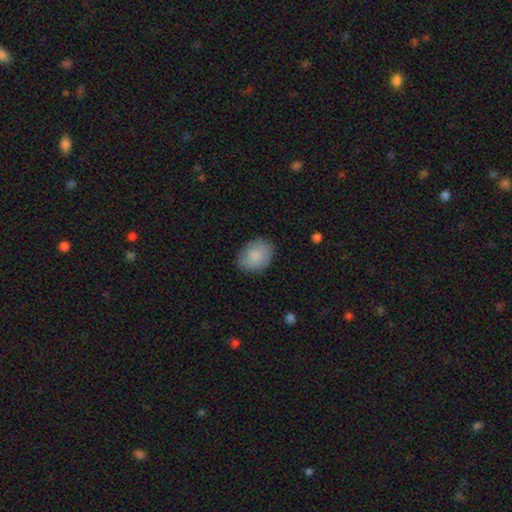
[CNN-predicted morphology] Smooth or featured? smooth (82%)
How rounded? in between (59%)
Merging? none (79%)